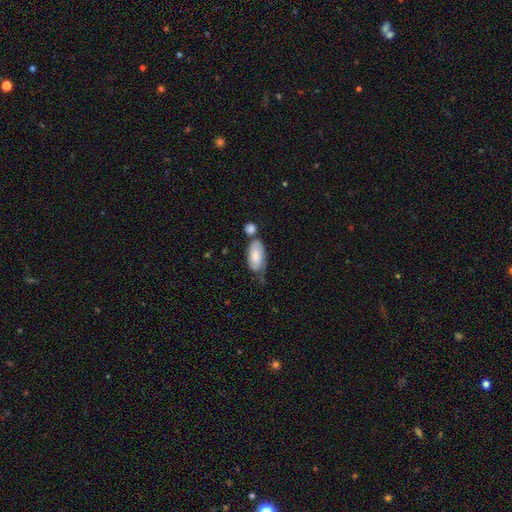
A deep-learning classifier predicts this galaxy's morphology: Smooth or featured?
  - smooth: 73% *
  - featured or disk: 21%
  - star or artifact: 6%
How rounded?
  - in between: 91% *
  - cigar-shaped: 6%
  - round: 3%
Merging?
  - none: 37% *
  - minor disturbance: 27%
  - merger: 24%
  - major disturbance: 12%